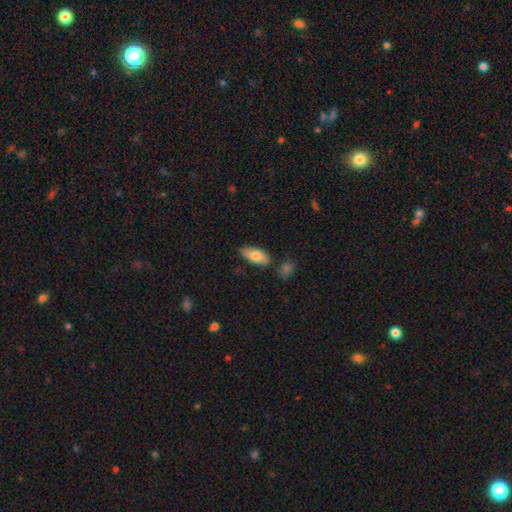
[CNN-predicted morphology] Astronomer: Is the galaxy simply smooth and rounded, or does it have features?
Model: smooth — 77%.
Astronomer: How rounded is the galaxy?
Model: in between — 88%.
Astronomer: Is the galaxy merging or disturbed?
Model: none — 76%.